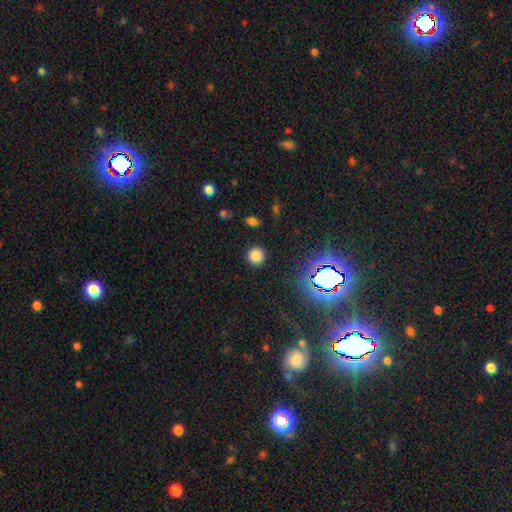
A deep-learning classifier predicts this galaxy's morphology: This is likely a smooth galaxy (79%). How rounded: clearly round (93%). Merging: clearly none (89%).